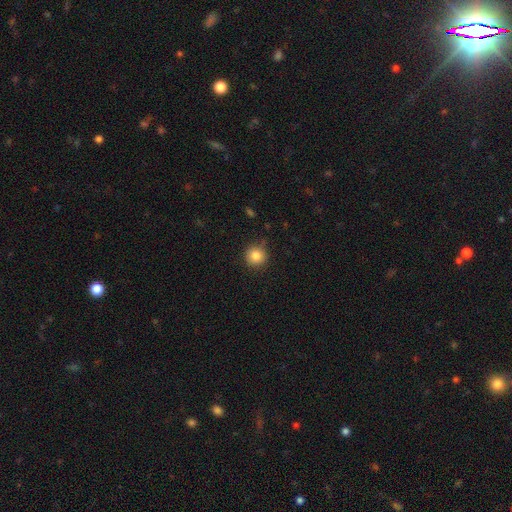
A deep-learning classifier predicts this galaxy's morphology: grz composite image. It shows a smooth galaxy with no disk features (84%) that is round (94%). Merging: none (87%).